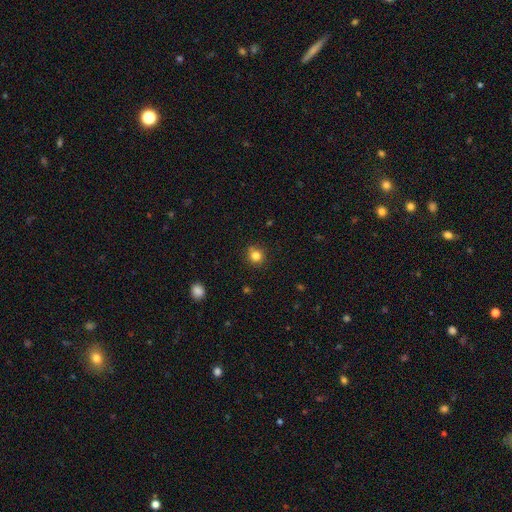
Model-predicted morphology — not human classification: Smooth or featured? smooth (81%)
How rounded? round (89%)
Merging? none (81%)